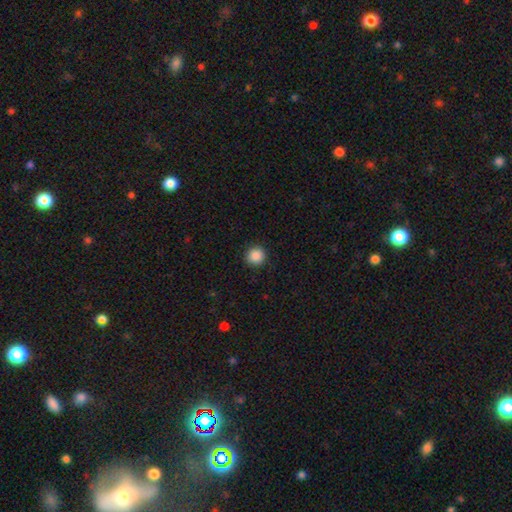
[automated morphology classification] Smooth or featured: smooth — 88% (star or artifact — 9%)
How rounded: round — 95% (in between — 4%)
Merging: none — 92% (minor disturbance — 5%)